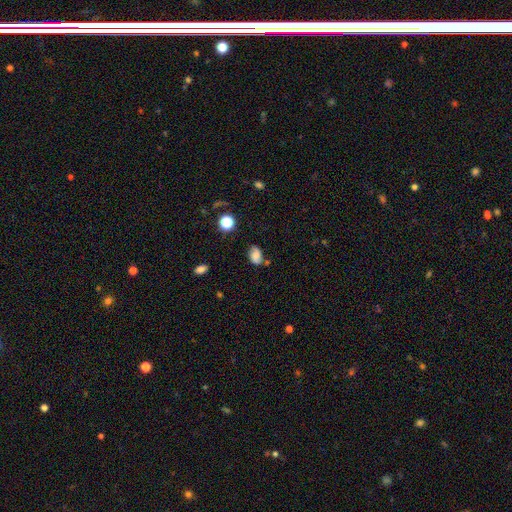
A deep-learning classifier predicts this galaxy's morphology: Q: Smooth or featured?
A: smooth (65%); runner-up: featured or disk (23%)
Q: How rounded?
A: in between (84%); runner-up: round (14%)
Q: Merging?
A: none (62%); runner-up: minor disturbance (24%)